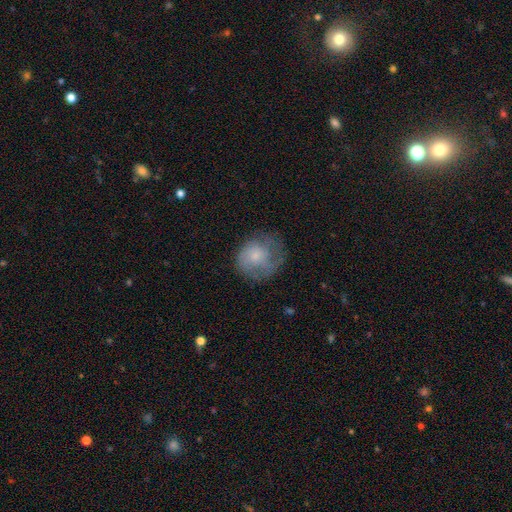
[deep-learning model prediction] Smooth or featured: smooth — 55% (featured or disk — 37%)
How rounded: round — 79% (in between — 20%)
Merging: none — 55% (minor disturbance — 25%)